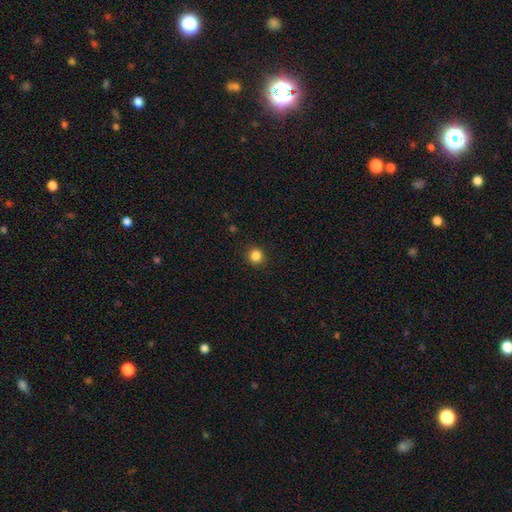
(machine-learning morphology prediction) Overall: smooth (85%). How rounded: round (91%). Merging: none (90%).